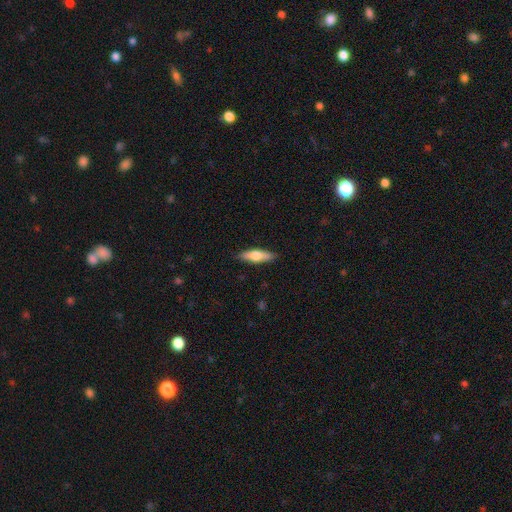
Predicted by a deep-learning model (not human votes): smooth 57%, featured or disk 37%, star or artifact 6%. Down the decision tree: how rounded — cigar-shaped (56%); merging — none (87%).